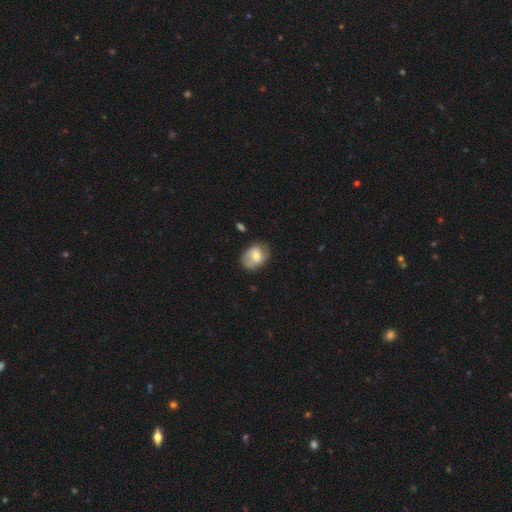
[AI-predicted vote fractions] Smooth or featured? smooth (53%)
How rounded? in between (68%)
Merging? none (67%)